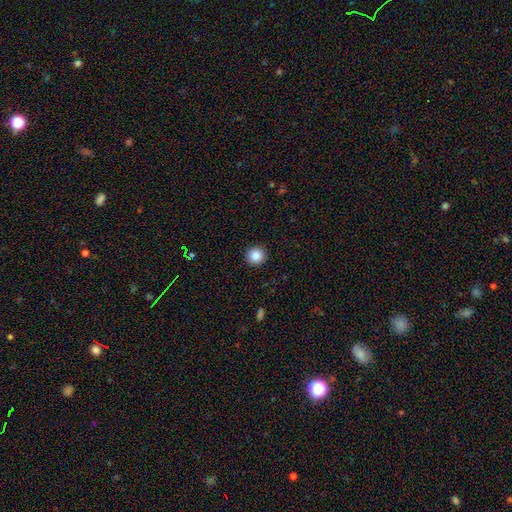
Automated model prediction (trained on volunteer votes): The model was most divided on "smooth or featured": smooth: 86%, star or artifact: 10%, featured or disk: 4%. More confident: how rounded — round (95%); merging — none (93%).